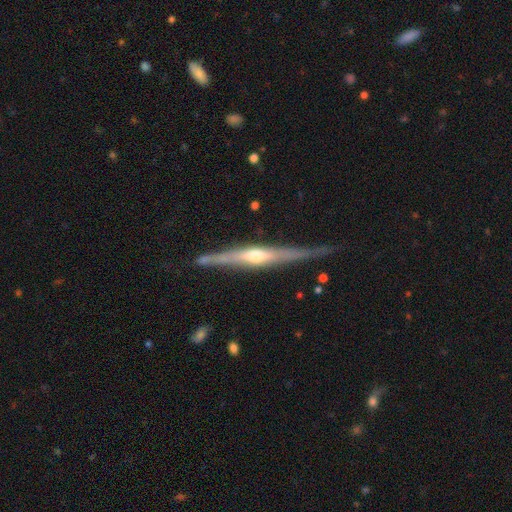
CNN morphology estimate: The model was most divided on "merging": none: 77%, minor disturbance: 17%, major disturbance: 3%, merger: 2%. More confident: edge-on disk — yes (97%); smooth or featured — featured or disk (80%); edge-on bulge — rounded (78%).